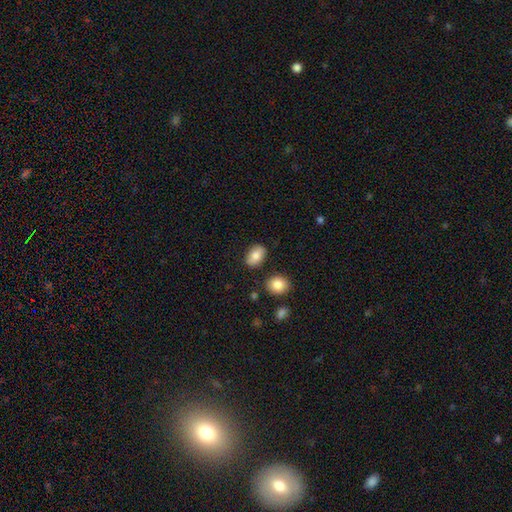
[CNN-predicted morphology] A smooth galaxy with no disk features (83%) that is in between round and cigar-shaped (88%). Merging: none (84%).